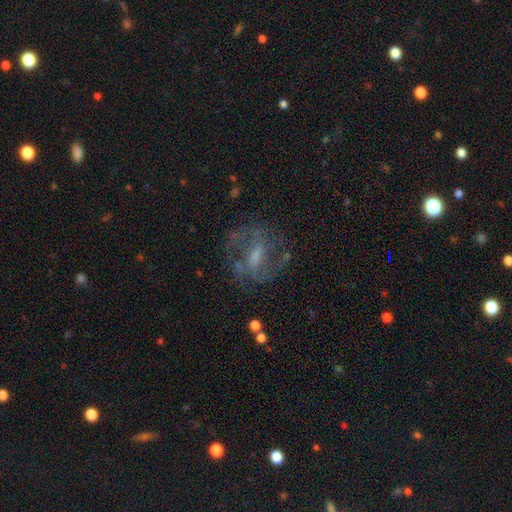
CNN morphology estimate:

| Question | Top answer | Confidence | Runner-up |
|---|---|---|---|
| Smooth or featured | featured or disk | 74% | smooth (16%) |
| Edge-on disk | no | 95% | yes (5%) |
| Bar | weak | 47% | strong (30%) |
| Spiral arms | yes | 82% | no (18%) |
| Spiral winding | medium | 50% | tight (31%) |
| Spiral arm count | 2 | 58% | can't tell (24%) |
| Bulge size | moderate | 36% | small (35%) |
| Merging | none | 68% | minor disturbance (16%) |